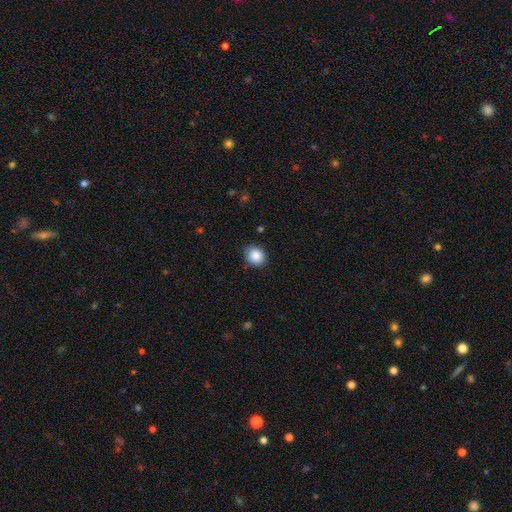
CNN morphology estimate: smooth_or_featured: smooth (p=0.88) [alt: star or artifact p=0.09]
how_rounded: round (p=0.69) [alt: in between p=0.30]
merging: none (p=0.83) [alt: minor disturbance p=0.13]